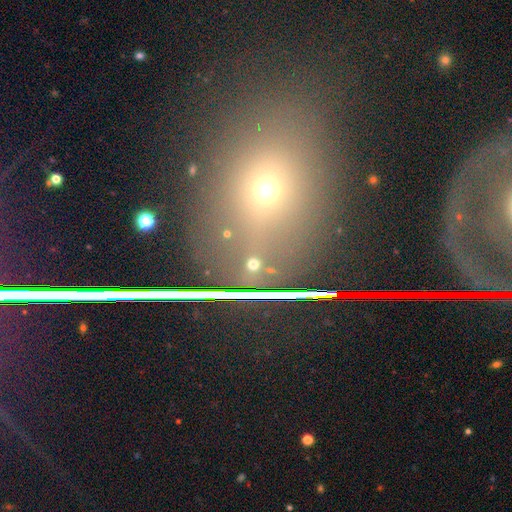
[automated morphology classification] Smooth or featured? Predicted: star or artifact (p=0.44).